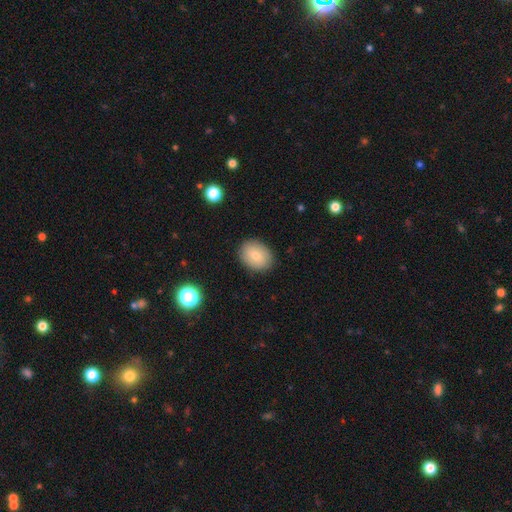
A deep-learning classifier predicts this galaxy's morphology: smooth 77%, featured or disk 14%, star or artifact 9%. Down the decision tree: how rounded — in between (63%); merging — none (88%).